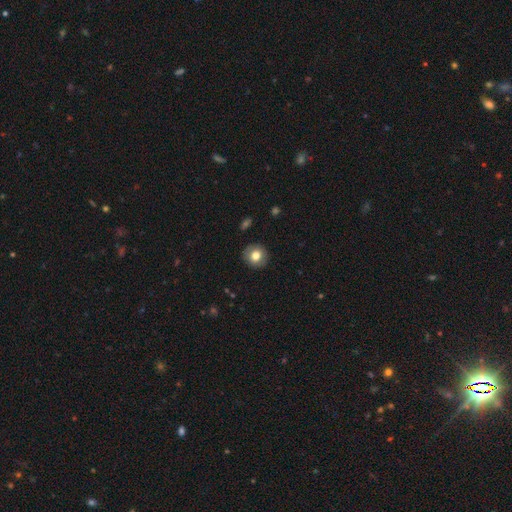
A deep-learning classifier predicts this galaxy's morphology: Smooth or featured: smooth — 76% (featured or disk — 15%)
How rounded: round — 89% (in between — 10%)
Merging: none — 90% (minor disturbance — 7%)